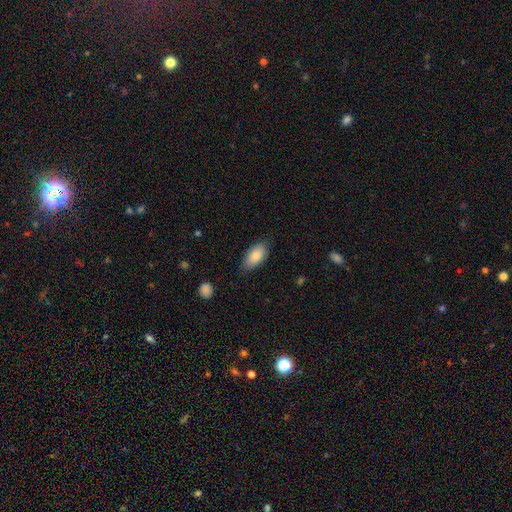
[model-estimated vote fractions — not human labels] A smooth galaxy with no disk features (84%) that is in between round and cigar-shaped (92%).

Vote fractions:
- Smooth or featured? smooth: 84% / featured or disk: 10% / star or artifact: 6%
- How rounded? in between: 92% / cigar-shaped: 6% / round: 2%
- Merging? none: 78% / minor disturbance: 17% / major disturbance: 3% / merger: 1%